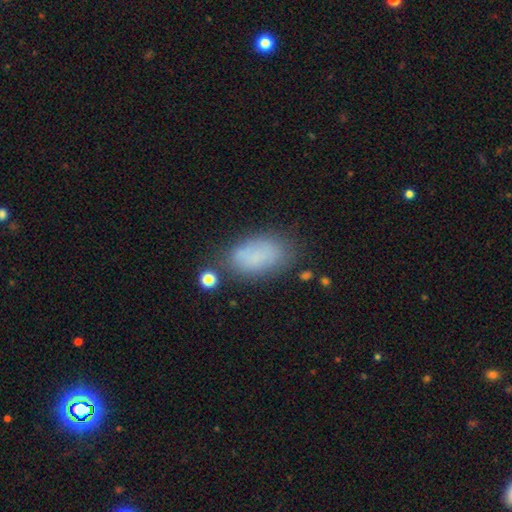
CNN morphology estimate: Smooth or featured?
  - smooth: 77% *
  - featured or disk: 13%
  - star or artifact: 10%
How rounded?
  - in between: 91% *
  - round: 5%
  - cigar-shaped: 3%
Merging?
  - none: 64% *
  - minor disturbance: 21%
  - major disturbance: 9%
  - merger: 6%